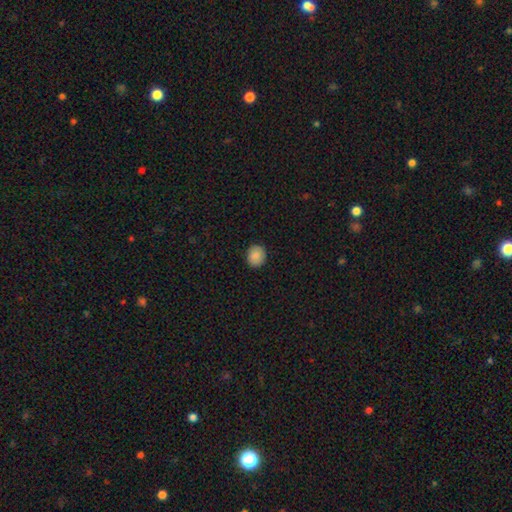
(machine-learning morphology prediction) smooth 87%, star or artifact 8%, featured or disk 5%. Down the decision tree: how rounded — round (73%); merging — none (90%).